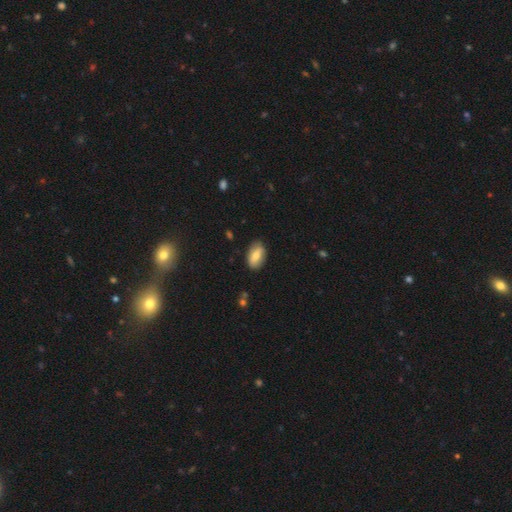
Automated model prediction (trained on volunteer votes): Overall: smooth (70%). How rounded: in between (91%). Merging: none (82%).